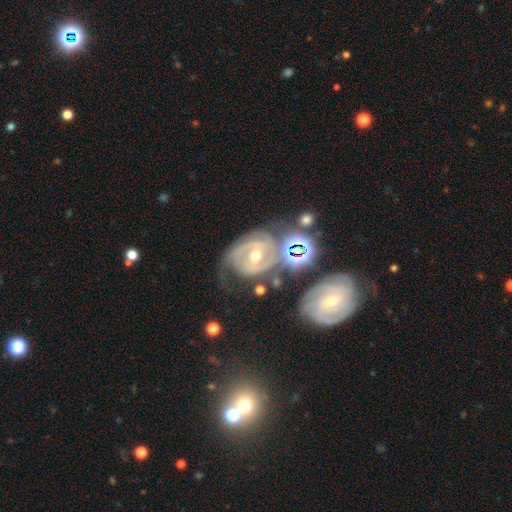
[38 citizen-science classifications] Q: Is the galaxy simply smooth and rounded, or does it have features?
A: featured or disk — 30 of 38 (79%).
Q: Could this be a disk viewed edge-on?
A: no — 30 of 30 (100%).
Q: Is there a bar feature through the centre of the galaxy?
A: no — 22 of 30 (73%).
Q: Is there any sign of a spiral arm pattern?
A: yes — 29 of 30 (97%).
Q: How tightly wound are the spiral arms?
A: tight — 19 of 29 (66%).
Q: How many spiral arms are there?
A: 2 — 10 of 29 (34%).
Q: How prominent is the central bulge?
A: moderate — 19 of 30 (63%).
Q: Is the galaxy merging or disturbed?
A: none — 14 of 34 (41%).